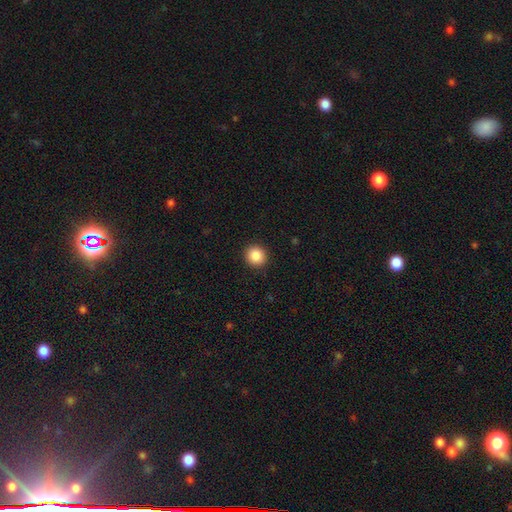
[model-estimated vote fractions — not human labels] Overall: smooth (86%). How rounded: round (90%). Merging: none (92%).